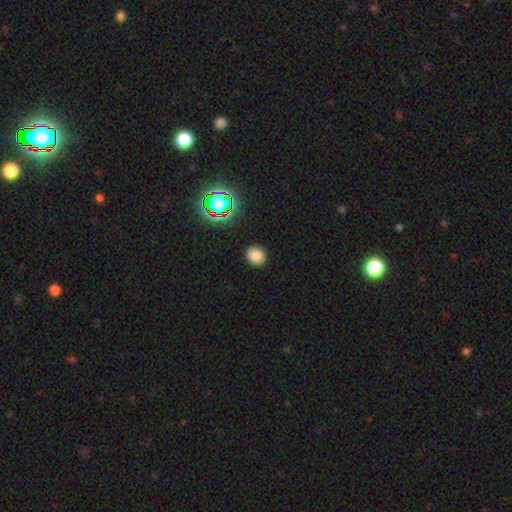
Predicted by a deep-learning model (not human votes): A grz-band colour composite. It shows a smooth galaxy with no disk features (80%) that is round (82%). Merging: none (90%).